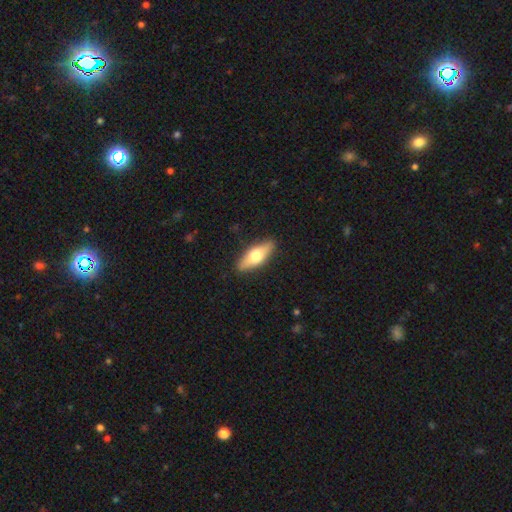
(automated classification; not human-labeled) smooth_or_featured: smooth (p=0.58) [alt: featured or disk p=0.37]
how_rounded: in between (p=0.63) [alt: cigar-shaped p=0.34]
merging: none (p=0.88) [alt: minor disturbance p=0.09]